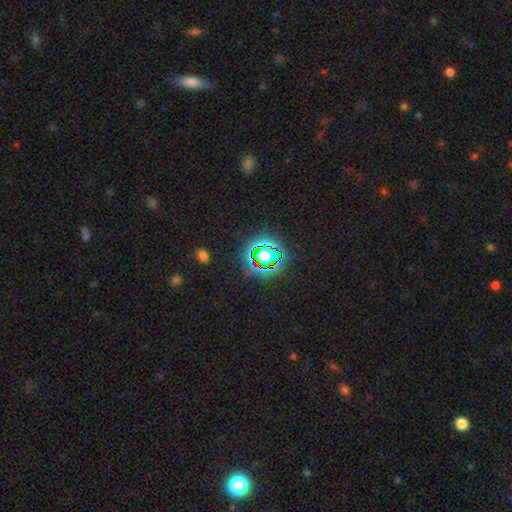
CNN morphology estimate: The model was most divided on "smooth or featured": star or artifact: 68%, smooth: 21%, featured or disk: 11%.